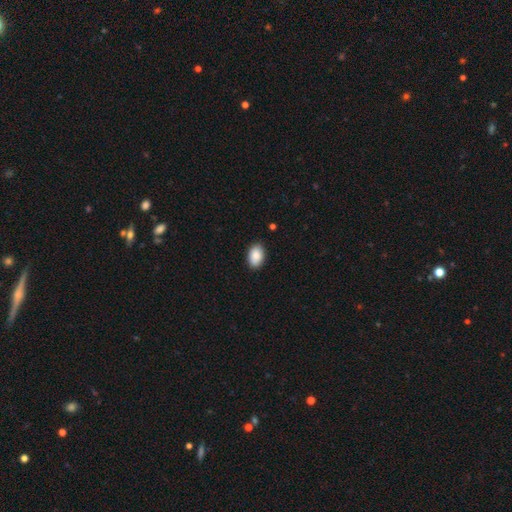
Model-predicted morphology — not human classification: This appears to be a smooth galaxy with no disk features (89%) that is in between round and cigar-shaped (90%). Merging: none (88%).